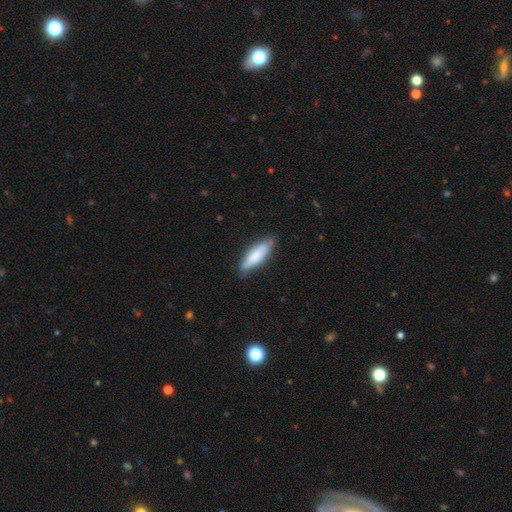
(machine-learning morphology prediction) Smooth or featured? smooth (78%)
How rounded? cigar-shaped (52%)
Merging? none (77%)